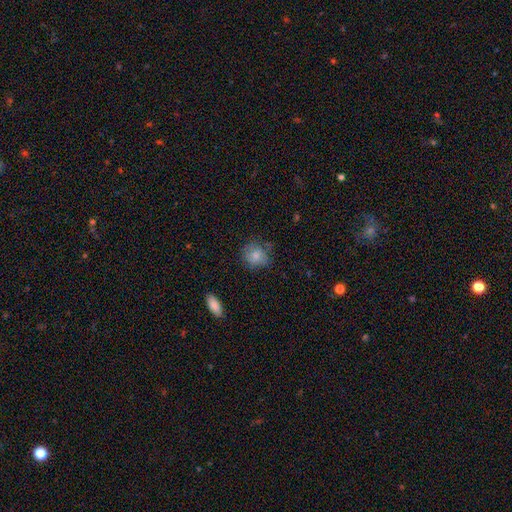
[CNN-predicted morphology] smooth 77%, featured or disk 14%, star or artifact 8%. Down the decision tree: how rounded — round (75%); merging — none (67%).